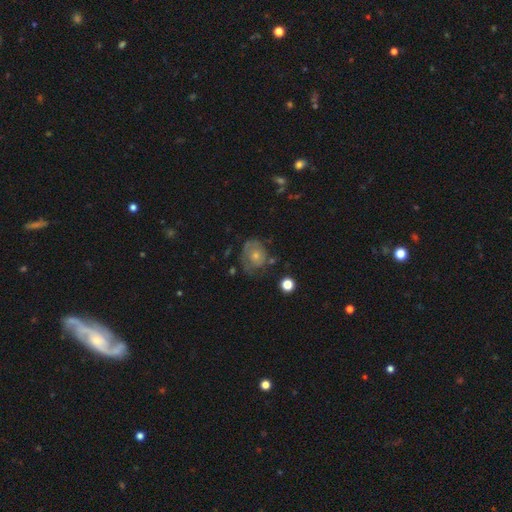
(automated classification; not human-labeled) The model was most divided on "smooth or featured": featured or disk: 49%, smooth: 42%, star or artifact: 9%. Remaining: merging — none (45%).